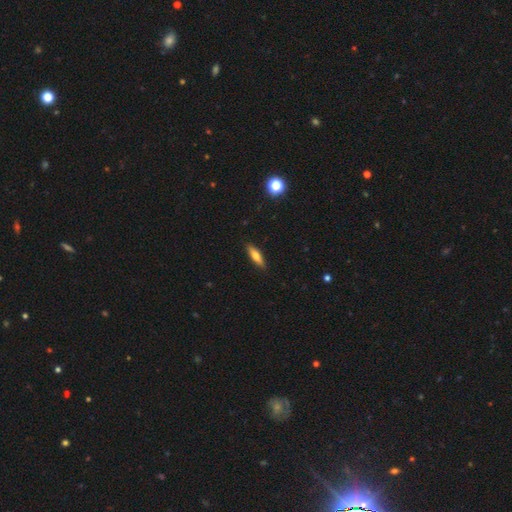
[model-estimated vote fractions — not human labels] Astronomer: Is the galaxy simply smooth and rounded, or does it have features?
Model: smooth — 65%.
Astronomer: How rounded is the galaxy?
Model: cigar-shaped — 62%.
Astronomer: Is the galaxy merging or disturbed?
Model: none — 88%.